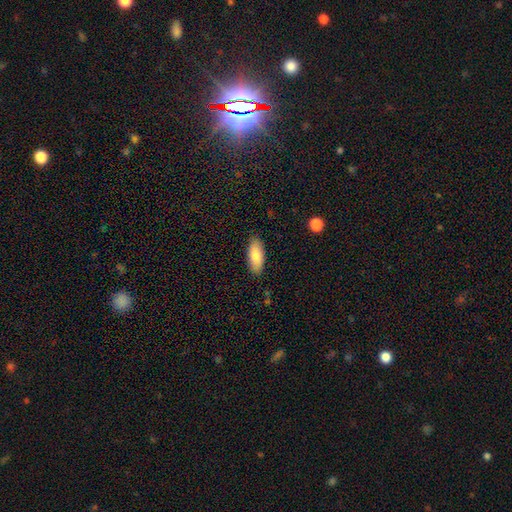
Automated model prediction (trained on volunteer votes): This appears to be a smooth galaxy with no disk features (82%) that is in between round and cigar-shaped (81%). Merging: none (88%).